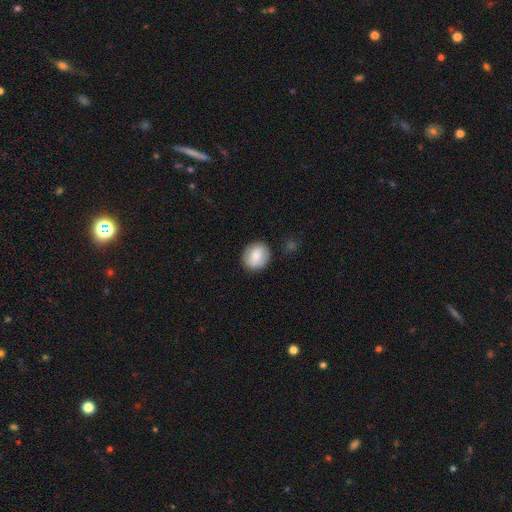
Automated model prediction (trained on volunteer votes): Q: Smooth or featured?
A: smooth (78%); runner-up: featured or disk (15%)
Q: How rounded?
A: round (76%); runner-up: in between (23%)
Q: Merging?
A: none (86%); runner-up: minor disturbance (10%)